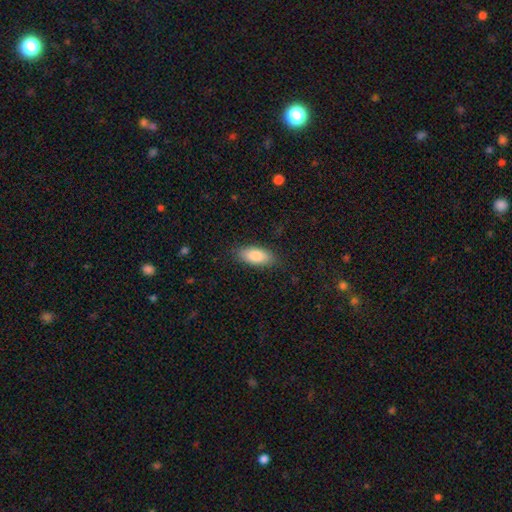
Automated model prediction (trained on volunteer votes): A smooth galaxy with no disk features (85%) that is in between round and cigar-shaped (87%).

Vote fractions:
- Smooth or featured? smooth: 85% / featured or disk: 9% / star or artifact: 6%
- How rounded? in between: 87% / cigar-shaped: 11% / round: 2%
- Merging? none: 85% / minor disturbance: 11% / major disturbance: 3% / merger: 1%